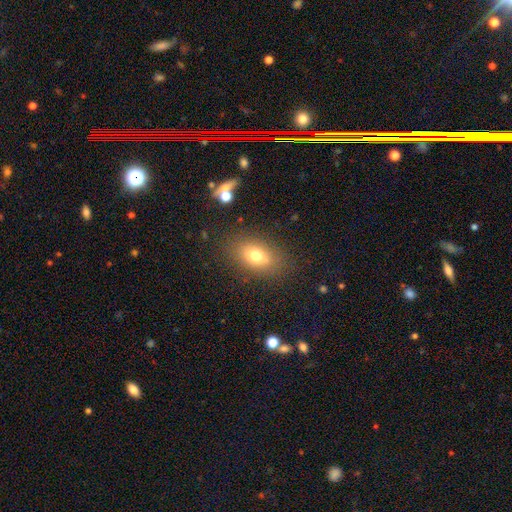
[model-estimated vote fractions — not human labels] Morphology: type=smooth (74%); roundness=in between (82%); merging=none (82%).